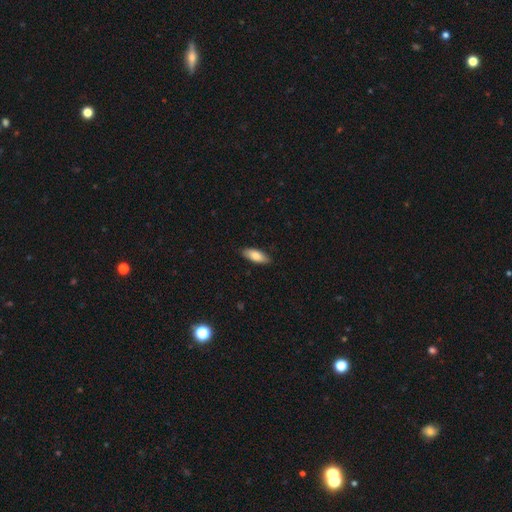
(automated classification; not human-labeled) Overall: smooth (81%). How rounded: in between (75%). Merging: none (87%).